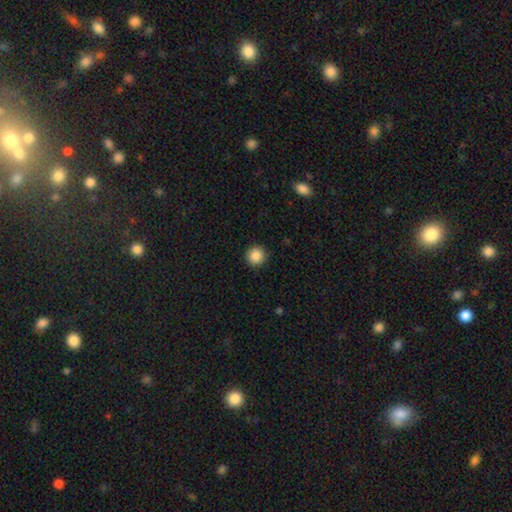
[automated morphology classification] Smooth or featured? Predicted: smooth (p=0.87). How rounded? Predicted: round (p=0.95). Merging? Predicted: none (p=0.92).